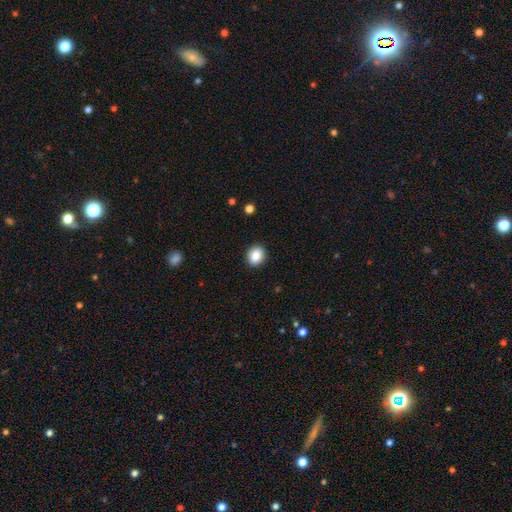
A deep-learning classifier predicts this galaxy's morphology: Overall: smooth (86%). How rounded: round (67%; in between 32%). Merging: none (91%).